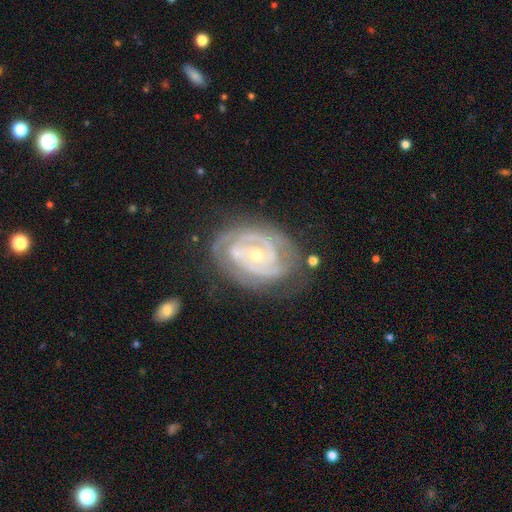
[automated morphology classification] The model was most divided on "spiral arm count": 2: 45%, can't tell: 24%, 3: 17%, 1: 5%, 4: 5%, more than 4: 4%. More confident: edge-on disk — no (97%); spiral arms — yes (91%); smooth or featured — featured or disk (87%); spiral winding — tight (72%); merging — none (67%); bar — no (62%); bulge size — small (62%).